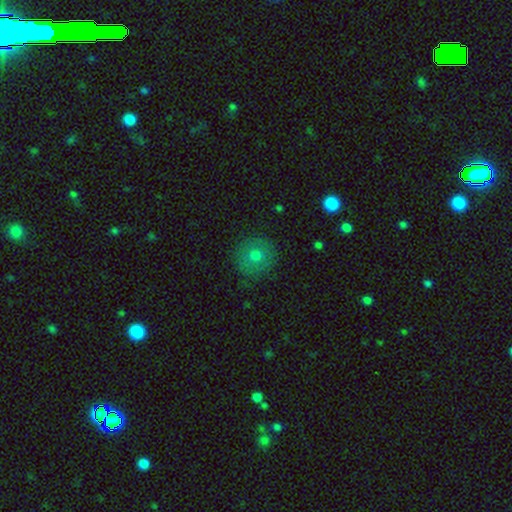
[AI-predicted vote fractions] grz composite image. It shows a smooth galaxy with no disk features (71%) that is round (91%). Merging: none (86%).